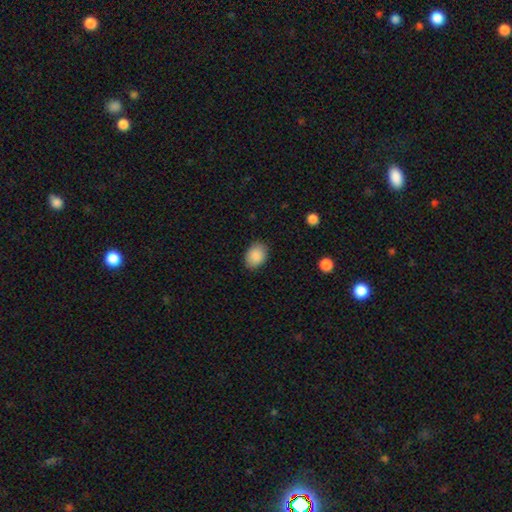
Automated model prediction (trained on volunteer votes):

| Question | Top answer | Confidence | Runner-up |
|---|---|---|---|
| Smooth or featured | smooth | 89% | star or artifact (7%) |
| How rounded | in between | 75% | round (24%) |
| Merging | none | 85% | minor disturbance (12%) |